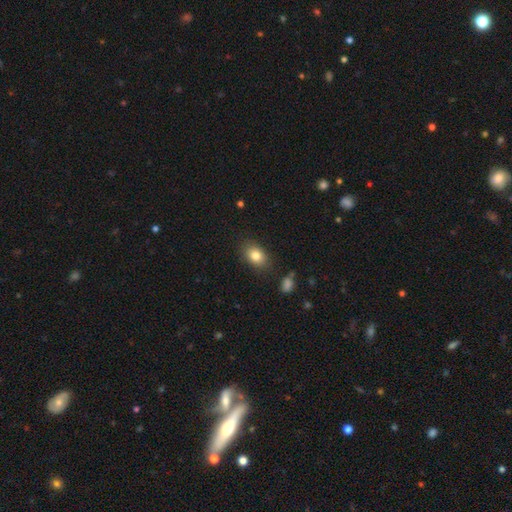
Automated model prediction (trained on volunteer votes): Smooth or featured?
  - smooth: 82% *
  - featured or disk: 10%
  - star or artifact: 9%
How rounded?
  - in between: 77% *
  - round: 22%
  - cigar-shaped: 1%
Merging?
  - none: 83% *
  - minor disturbance: 12%
  - major disturbance: 3%
  - merger: 2%